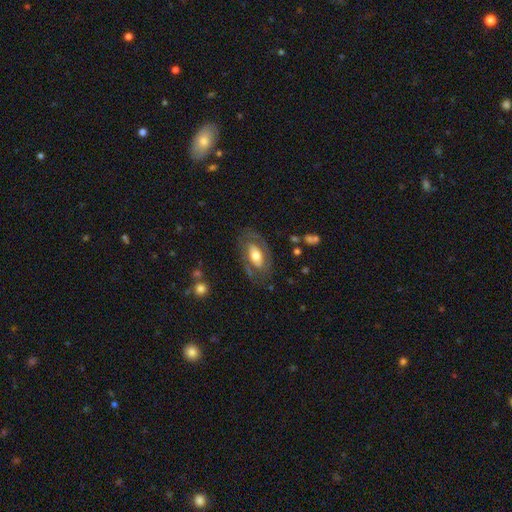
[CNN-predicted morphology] A featured or disk galaxy (58%) with no bar (60%), no spiral arms (52%) and a moderate central bulge (57%). Merging: none (72%).